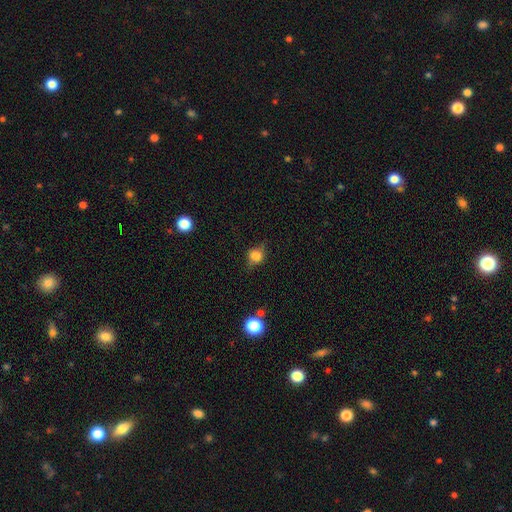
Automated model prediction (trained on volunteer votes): smooth 70%, featured or disk 17%, star or artifact 12%. Down the decision tree: how rounded — round (71%); merging — none (66%).